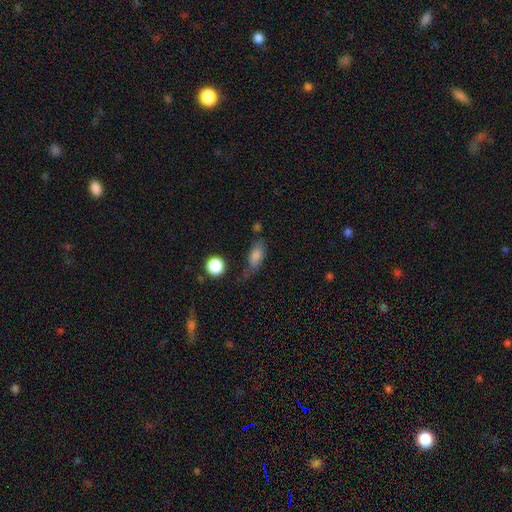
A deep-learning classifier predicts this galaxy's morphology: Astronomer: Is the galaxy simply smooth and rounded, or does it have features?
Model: smooth — 74%.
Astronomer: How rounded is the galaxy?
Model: in between — 75%.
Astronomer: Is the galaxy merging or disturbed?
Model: none — 48% (runner-up: minor disturbance, 30%).